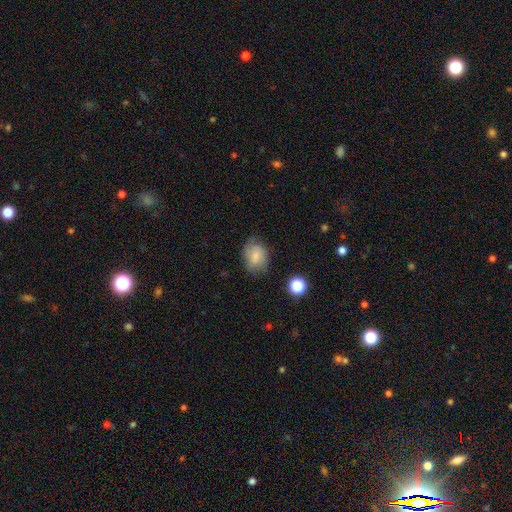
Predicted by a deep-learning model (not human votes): smooth-or-featured: smooth: 70% | featured or disk: 20% | star or artifact: 10%
  how-rounded: in between: 65% | round: 34% | cigar-shaped: 1%
  merging: none: 64% | minor disturbance: 26% | major disturbance: 8% | merger: 2%